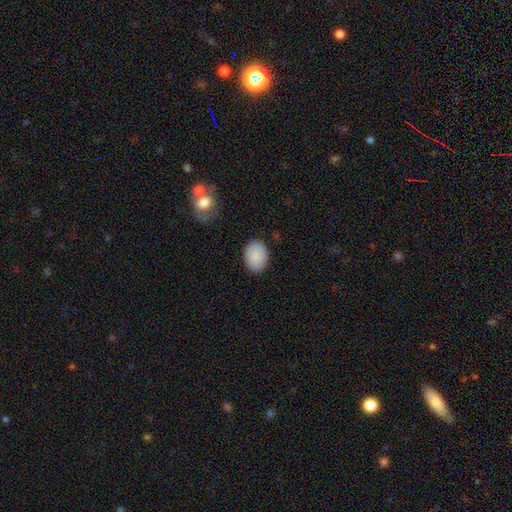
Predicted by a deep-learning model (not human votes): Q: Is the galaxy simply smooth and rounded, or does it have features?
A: smooth — 89%.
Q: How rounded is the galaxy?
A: in between — 72%.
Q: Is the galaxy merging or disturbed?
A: none — 87%.